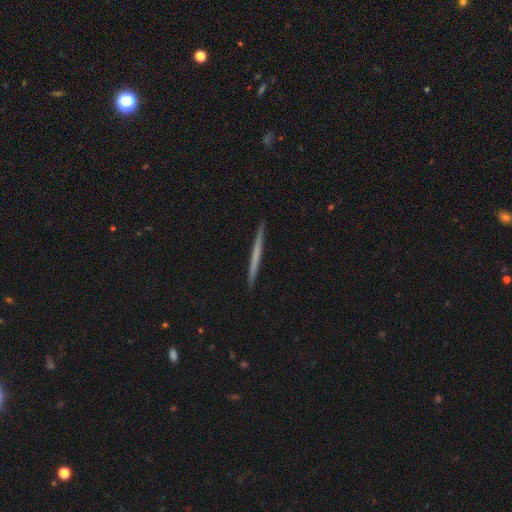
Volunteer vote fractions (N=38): Q: Smooth or featured?
A: featured or disk (58%); runner-up: smooth (37%)
Q: Edge-on disk?
A: yes (100%)
Q: Edge-on bulge?
A: none (100%)
Q: Merging?
A: none (92%); runner-up: minor disturbance (6%)